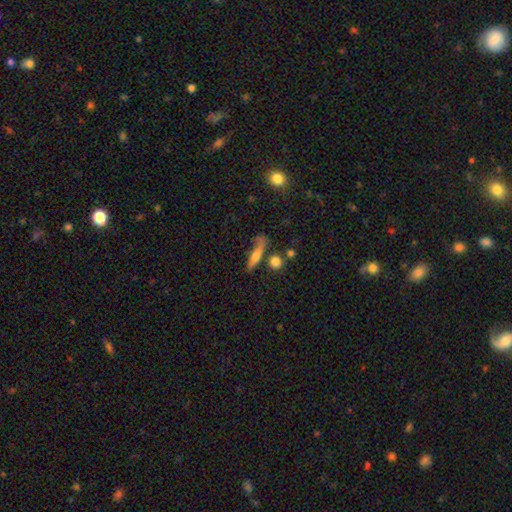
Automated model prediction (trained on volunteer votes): smooth-or-featured: smooth: 58% | featured or disk: 33% | star or artifact: 10%
  how-rounded: cigar-shaped: 71% | in between: 22% | round: 7%
  merging: none: 54% | minor disturbance: 21% | merger: 13% | major disturbance: 12%